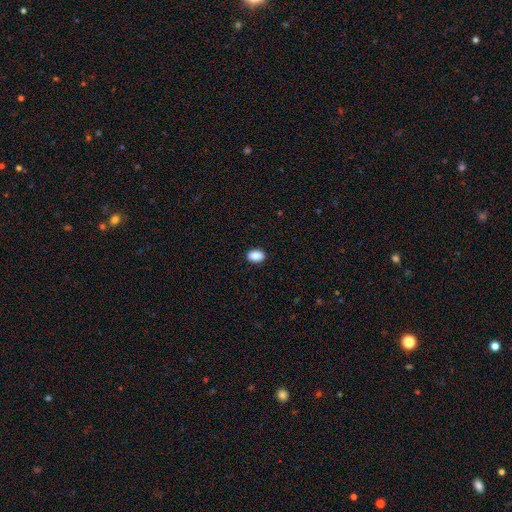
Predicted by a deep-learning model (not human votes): This appears to be a smooth galaxy with no disk features (90%) that is in between round and cigar-shaped (84%). Merging: none (90%).